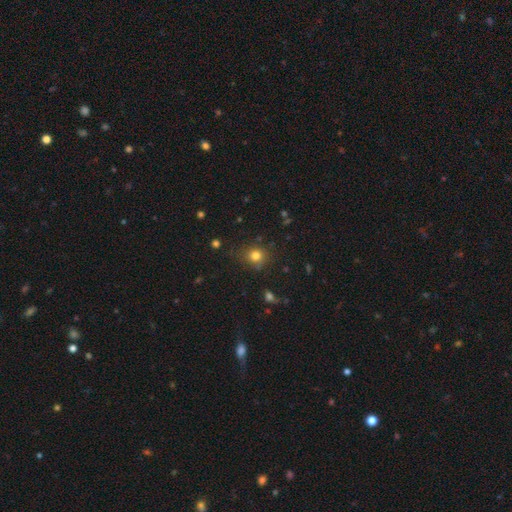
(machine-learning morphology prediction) Smooth or featured: smooth — 78% (star or artifact — 15%)
How rounded: round — 83% (in between — 16%)
Merging: none — 77% (minor disturbance — 15%)